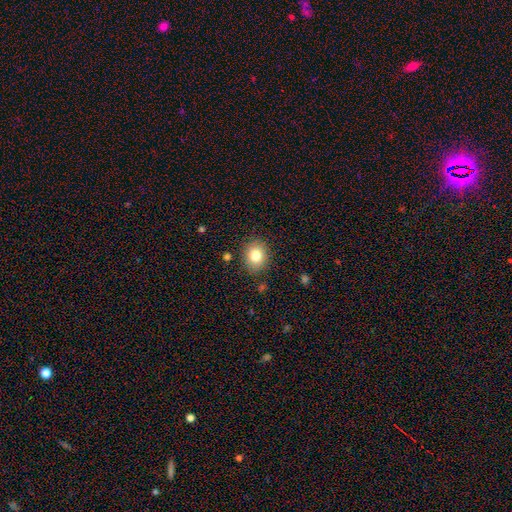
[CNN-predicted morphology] Smooth or featured? smooth (81%)
How rounded? round (59%)
Merging? none (86%)